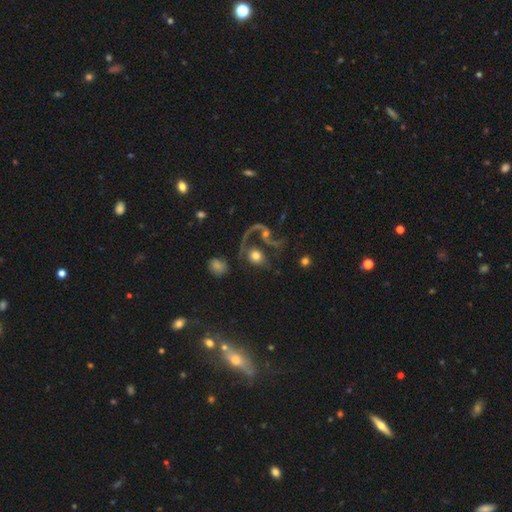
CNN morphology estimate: smooth-or-featured: featured or disk: 53% | smooth: 37% | star or artifact: 10%
  disk-edge-on: no: 97% | yes: 3%
    bar: no: 68% | weak: 23% | strong: 9%
    has-spiral-arms: yes: 77% | no: 23%
    bulge-size: moderate: 48% | small: 24% | large: 18% | none: 6% | dominant: 4%
  merging: none: 39% | merger: 24% | major disturbance: 24% | minor disturbance: 13%